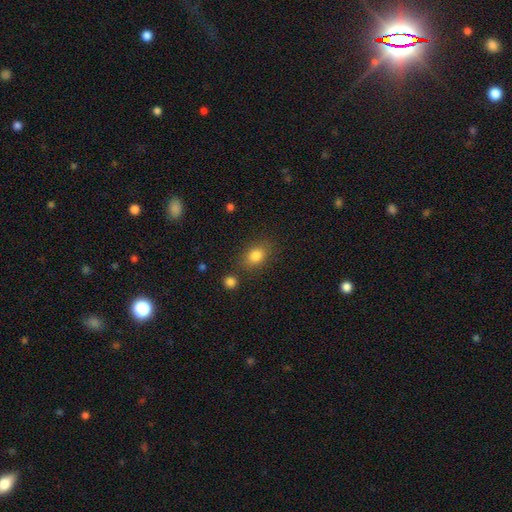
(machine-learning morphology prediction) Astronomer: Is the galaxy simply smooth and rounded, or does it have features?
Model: smooth — 83%.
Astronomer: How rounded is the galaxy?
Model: in between — 66%.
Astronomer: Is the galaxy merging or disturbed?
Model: none — 78%.